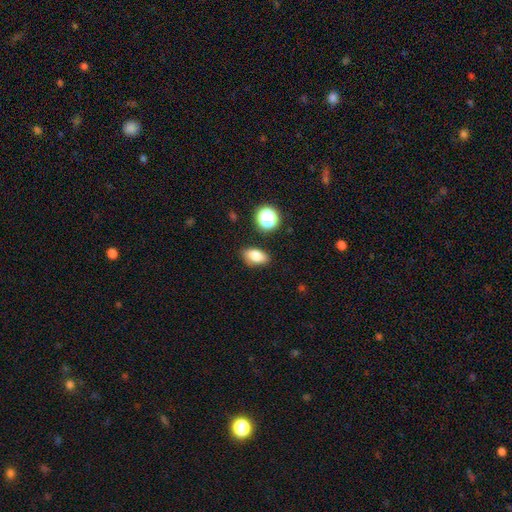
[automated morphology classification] A smooth galaxy with no disk features (80%) that is in between round and cigar-shaped (86%). Merging: none (83%).